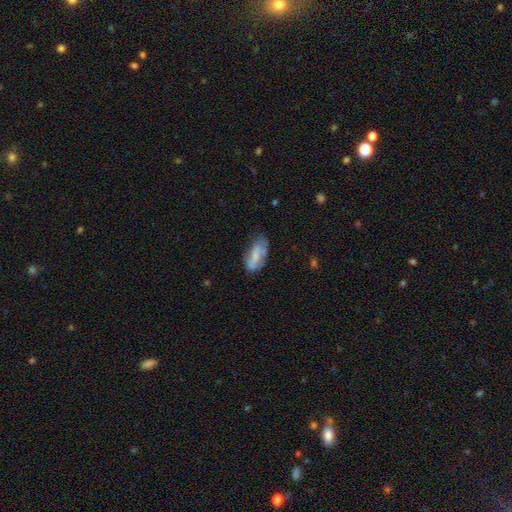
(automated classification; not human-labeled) The model was most divided on "merging": none: 53%, minor disturbance: 30%, major disturbance: 13%, merger: 3%. More confident: how rounded — in between (85%); smooth or featured — smooth (58%).